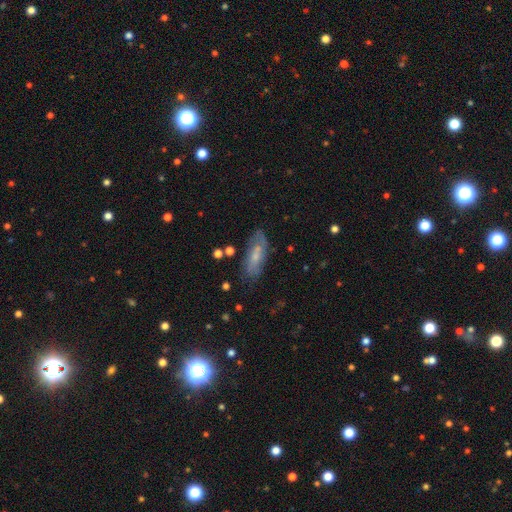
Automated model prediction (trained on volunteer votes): This appears to be a smooth galaxy with no disk features (47%). Merging: none (71%).